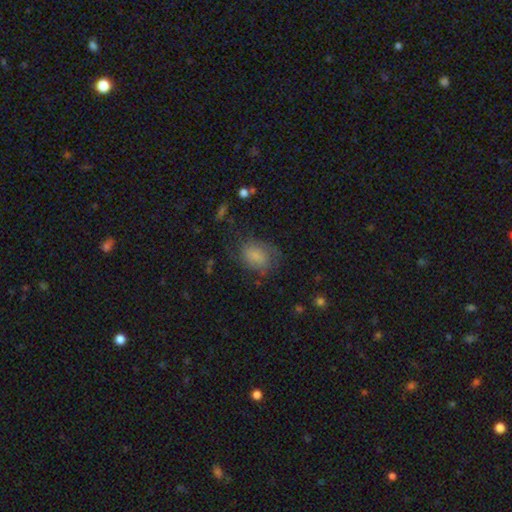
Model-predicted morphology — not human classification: This appears to be a smooth galaxy with no disk features (71%) that is in between round and cigar-shaped (74%). Merging: none (57%).